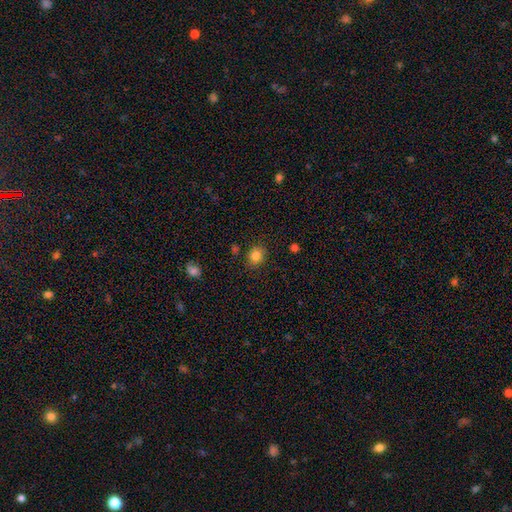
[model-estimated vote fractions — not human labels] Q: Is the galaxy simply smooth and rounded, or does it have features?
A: smooth — 84%.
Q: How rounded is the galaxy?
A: round — 62%.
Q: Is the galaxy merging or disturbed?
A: none — 85%.